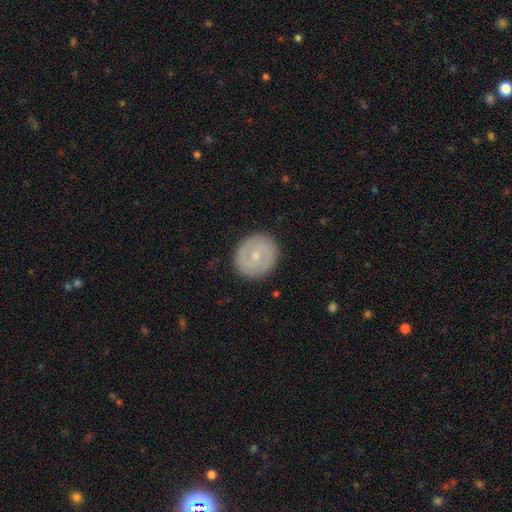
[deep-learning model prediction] This is possibly a smooth galaxy (50%). How rounded: clearly round (86%). Merging: clearly none (90%).